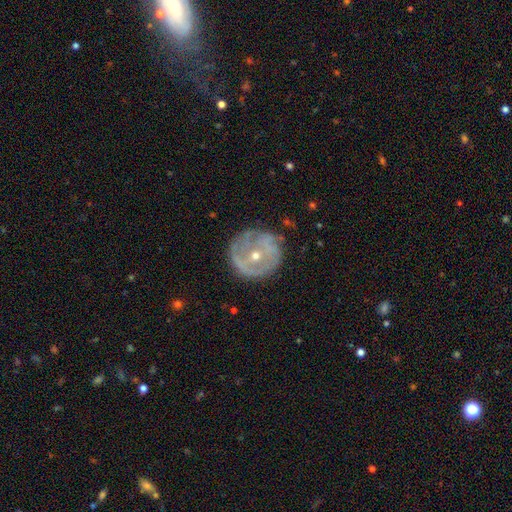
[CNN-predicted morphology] smooth_or_featured: featured or disk (p=0.71) [alt: smooth p=0.20]
disk_edge_on: no (p=0.96) [alt: yes p=0.04]
bar: no (p=0.67) [alt: weak p=0.24]
has_spiral_arms: yes (p=0.67) [alt: no p=0.33]
bulge_size: small (p=0.59) [alt: moderate p=0.38]
merging: none (p=0.70) [alt: minor disturbance p=0.19]